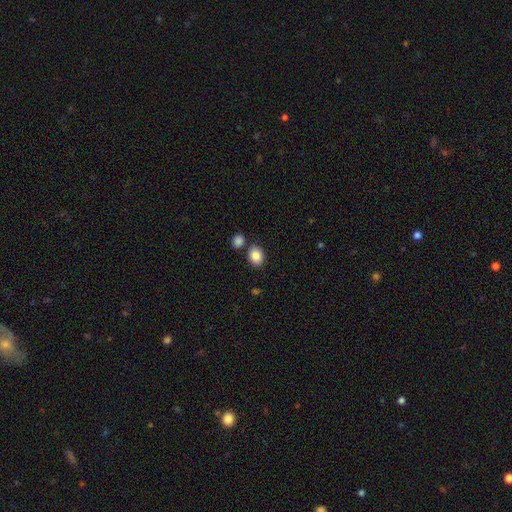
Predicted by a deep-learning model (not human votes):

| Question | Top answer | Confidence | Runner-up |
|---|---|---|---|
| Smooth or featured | smooth | 86% | star or artifact (8%) |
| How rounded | in between | 65% | round (34%) |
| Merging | none | 75% | merger (12%) |